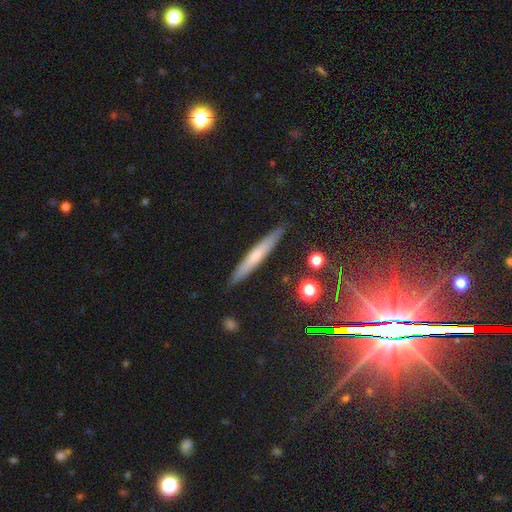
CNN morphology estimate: smooth-or-featured: smooth: 54% | featured or disk: 38% | star or artifact: 8%
  how-rounded: cigar-shaped: 95% | in between: 4% | round: 1%
  merging: none: 90% | minor disturbance: 7% | major disturbance: 2% | merger: 1%